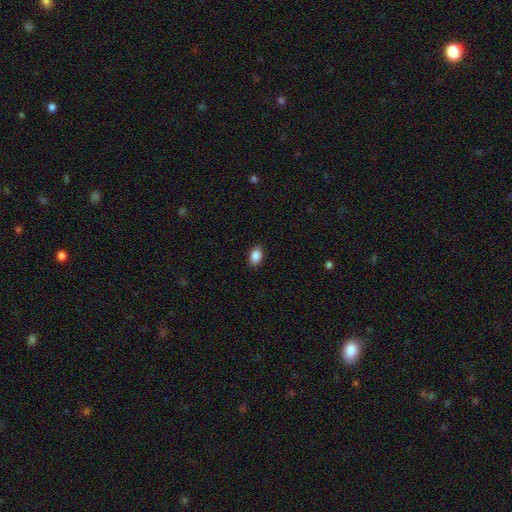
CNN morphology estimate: Overall: smooth (88%). How rounded: in between (86%). Merging: none (88%).